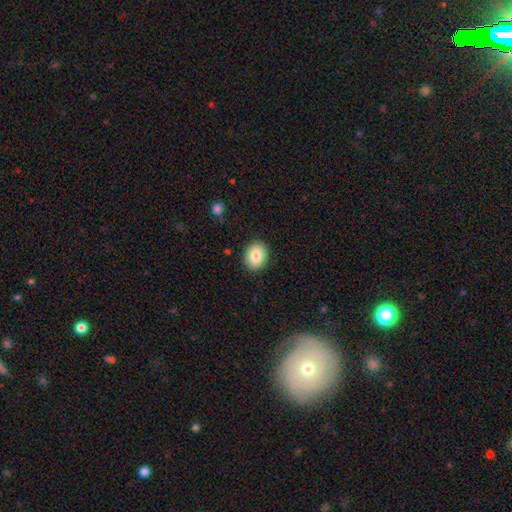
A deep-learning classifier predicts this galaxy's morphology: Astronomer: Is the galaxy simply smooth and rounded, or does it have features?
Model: smooth — 86%.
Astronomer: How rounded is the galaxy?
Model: in between — 55% (runner-up: round, 44%).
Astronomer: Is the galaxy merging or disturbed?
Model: none — 89%.